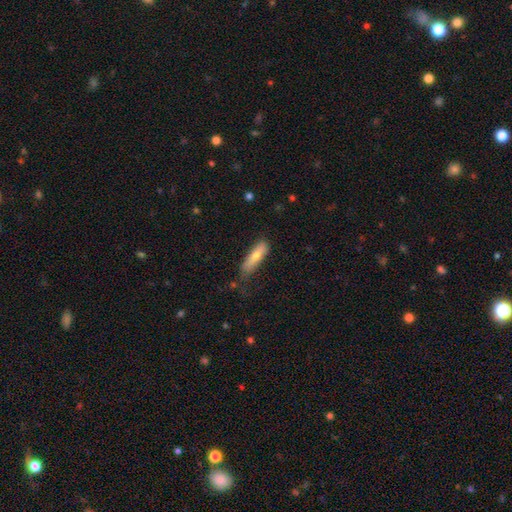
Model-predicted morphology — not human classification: smooth-or-featured: smooth: 72% | featured or disk: 22% | star or artifact: 6%
  how-rounded: cigar-shaped: 63% | in between: 35% | round: 2%
  merging: none: 64% | minor disturbance: 26% | major disturbance: 7% | merger: 2%